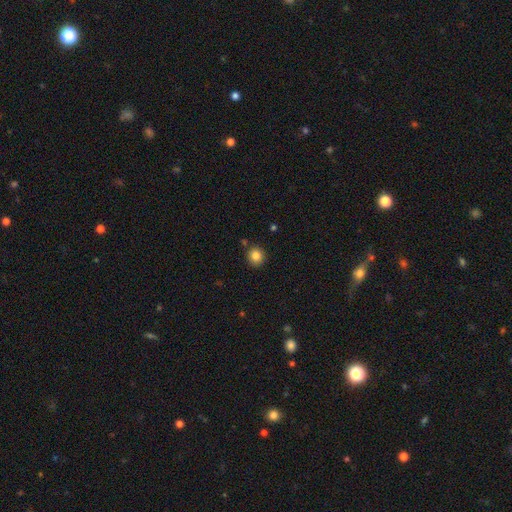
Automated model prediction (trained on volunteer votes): Overall: smooth (84%). How rounded: round (88%). Merging: none (87%).